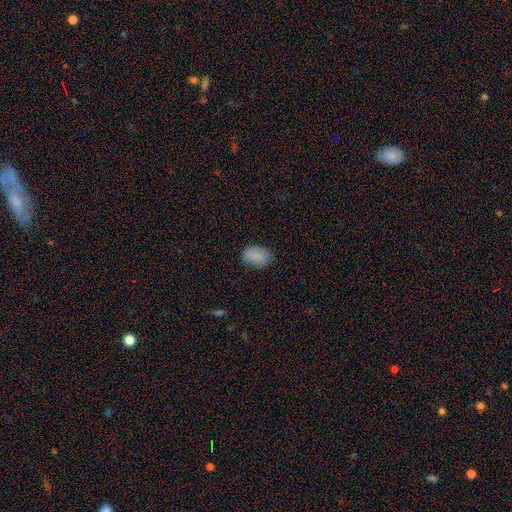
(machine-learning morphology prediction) This is clearly a smooth galaxy (80%). How rounded: clearly in between (81%). Merging: likely none (78%).